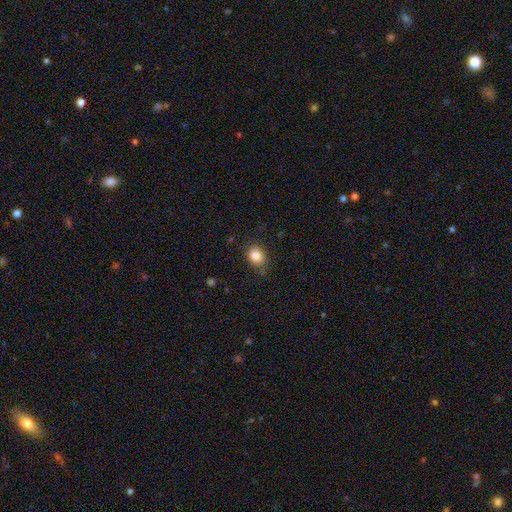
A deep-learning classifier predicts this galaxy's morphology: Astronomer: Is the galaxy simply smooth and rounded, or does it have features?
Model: smooth — 85%.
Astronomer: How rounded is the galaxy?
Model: round — 61% (runner-up: in between, 38%).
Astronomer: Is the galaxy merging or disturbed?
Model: none — 74%.